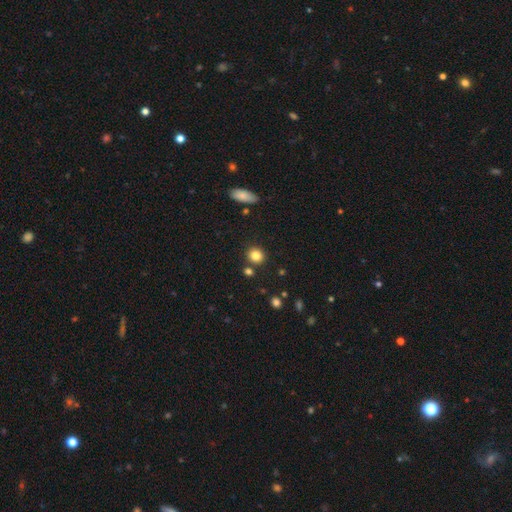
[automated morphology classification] Smooth or featured? Predicted: smooth (p=0.84). How rounded? Predicted: round (p=0.82). Merging? Predicted: none (p=0.82).